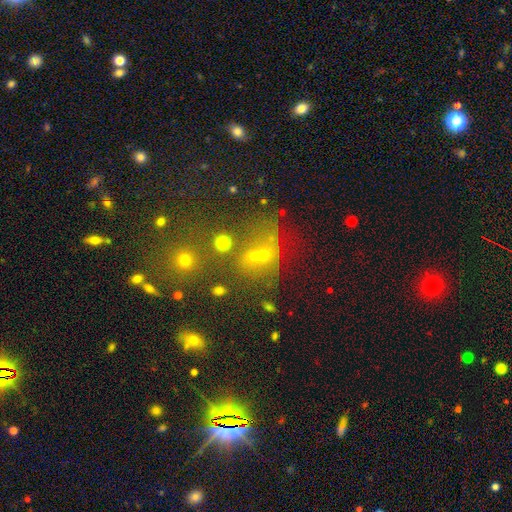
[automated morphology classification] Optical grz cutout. It shows a smooth galaxy with no disk features (44%). Merging: merger (41%).